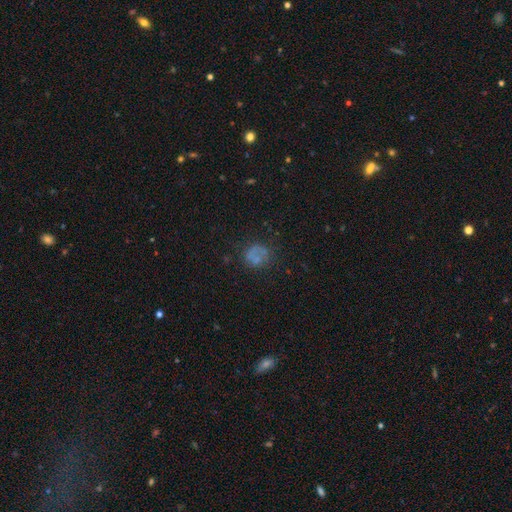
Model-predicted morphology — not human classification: Q: Smooth or featured?
A: smooth (57%); runner-up: featured or disk (25%)
Q: How rounded?
A: round (71%); runner-up: in between (28%)
Q: Merging?
A: none (53%); runner-up: minor disturbance (21%)